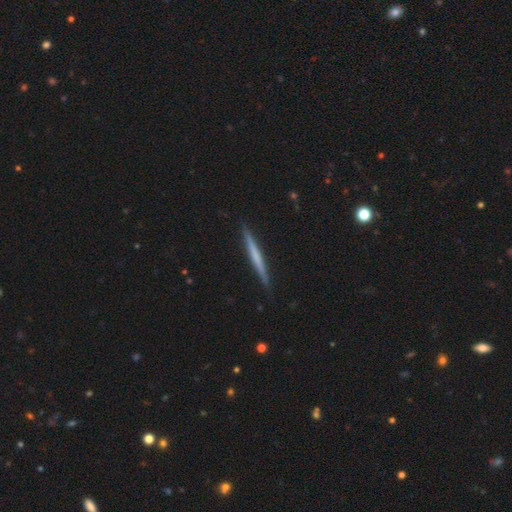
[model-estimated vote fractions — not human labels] Smooth or featured?
  - smooth: 48% *
  - featured or disk: 47%
  - star or artifact: 5%
Merging?
  - none: 91% *
  - minor disturbance: 7%
  - major disturbance: 1%
  - merger: 1%